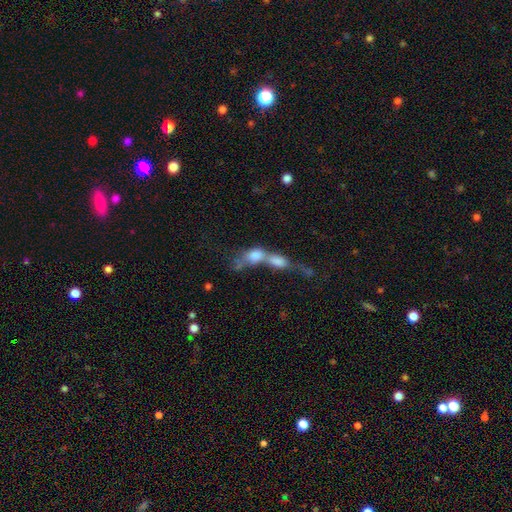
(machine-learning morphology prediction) A smooth galaxy with no disk features (65%) that is in between round and cigar-shaped (62%).

Vote fractions:
- Smooth or featured? smooth: 65% / featured or disk: 24% / star or artifact: 11%
- How rounded? in between: 62% / round: 27% / cigar-shaped: 11%
- Merging? merger: 79% / none: 9% / major disturbance: 7% / minor disturbance: 4%